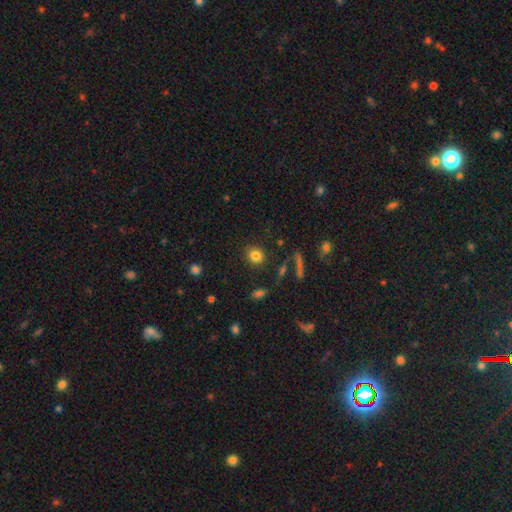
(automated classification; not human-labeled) Q: Smooth or featured?
A: smooth (82%); runner-up: star or artifact (11%)
Q: How rounded?
A: round (81%); runner-up: in between (18%)
Q: Merging?
A: none (87%); runner-up: minor disturbance (8%)